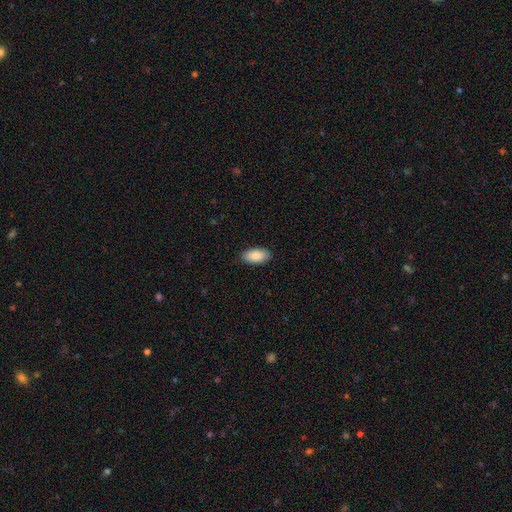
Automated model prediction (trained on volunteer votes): Smooth or featured: smooth — 88% (featured or disk — 6%)
How rounded: in between — 93% (cigar-shaped — 4%)
Merging: none — 88% (minor disturbance — 9%)